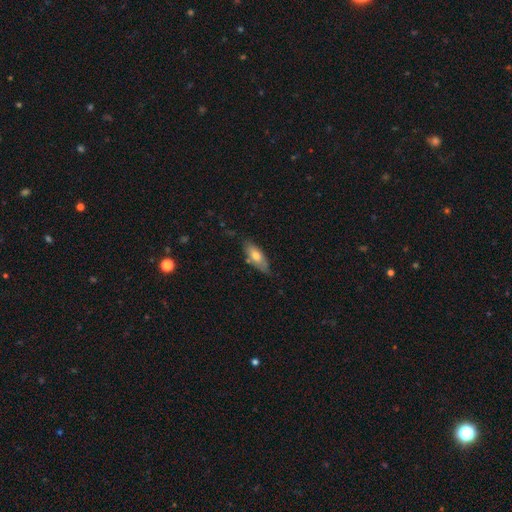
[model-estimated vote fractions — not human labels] A smooth galaxy with no disk features (66%) that is in between round and cigar-shaped (71%). Merging: none (70%).